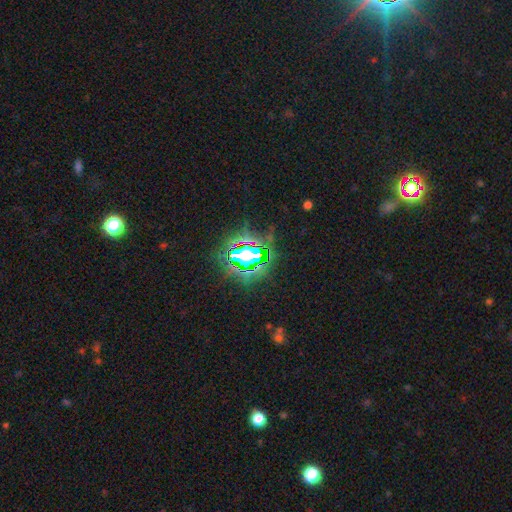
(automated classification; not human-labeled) smooth_or_featured: star or artifact (p=0.78) [alt: smooth p=0.14]